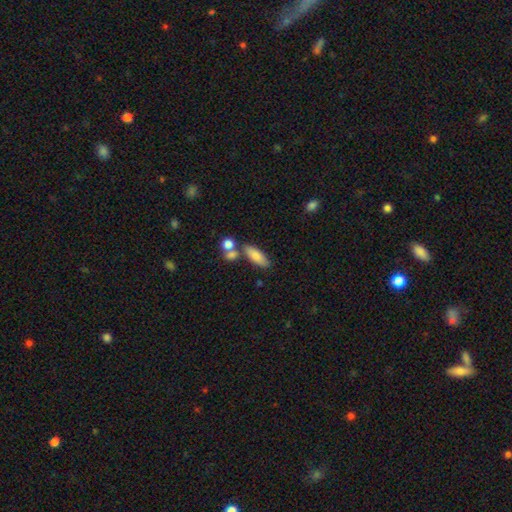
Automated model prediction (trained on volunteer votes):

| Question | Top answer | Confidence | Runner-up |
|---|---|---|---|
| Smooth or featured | smooth | 79% | featured or disk (14%) |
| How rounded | in between | 71% | cigar-shaped (26%) |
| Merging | none | 61% | merger (21%) |